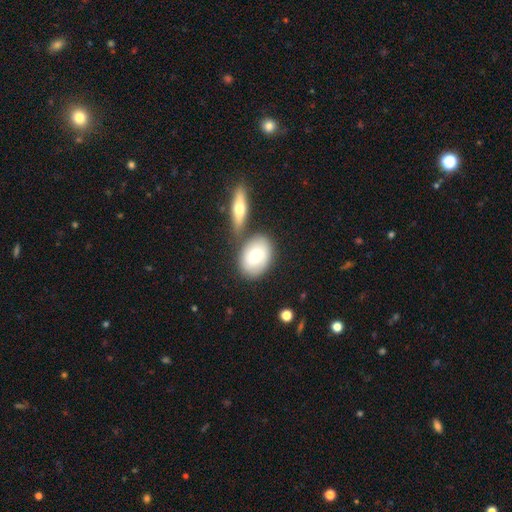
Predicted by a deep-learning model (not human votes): Smooth or featured: smooth — 66% (featured or disk — 28%)
How rounded: in between — 78% (round — 20%)
Merging: none — 63% (merger — 20%)